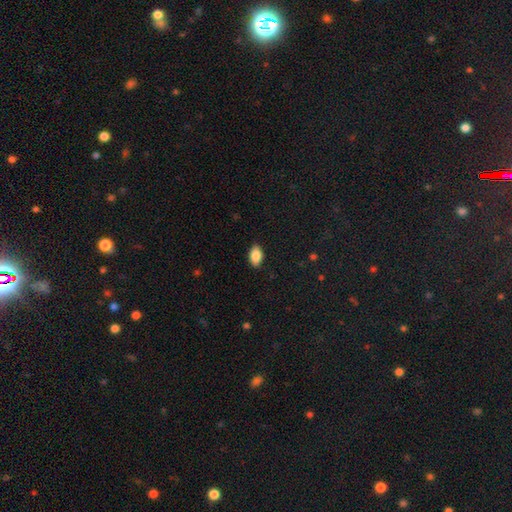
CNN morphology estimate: The model was most divided on "merging": none: 88%, minor disturbance: 9%, major disturbance: 2%, merger: 1%. More confident: how rounded — in between (91%); smooth or featured — smooth (87%).